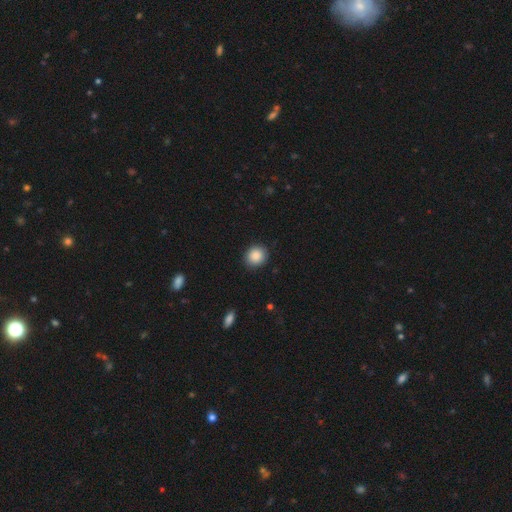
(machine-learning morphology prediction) This appears to be a smooth galaxy with no disk features (88%) that is round (84%). Merging: none (89%).